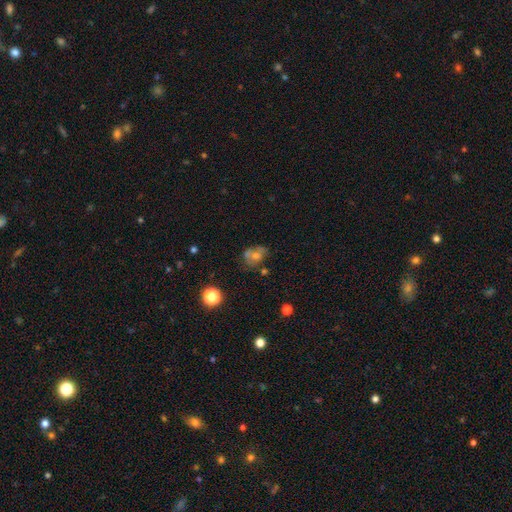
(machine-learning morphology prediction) smooth-or-featured: smooth: 51% | featured or disk: 33% | star or artifact: 16%
  how-rounded: in between: 58% | round: 41% | cigar-shaped: 1%
  merging: none: 40% | merger: 25% | minor disturbance: 22% | major disturbance: 14%